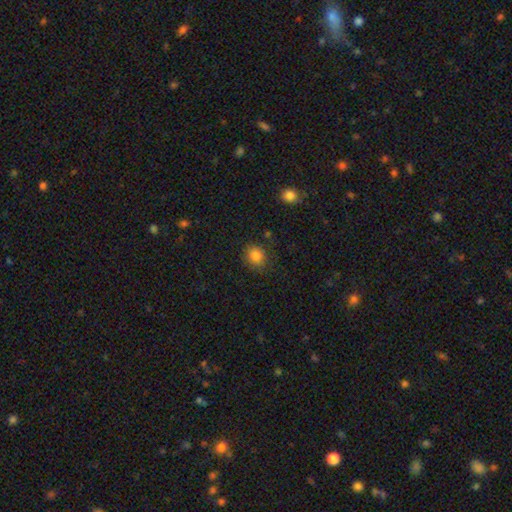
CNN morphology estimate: smooth_or_featured: smooth (p=0.84) [alt: star or artifact p=0.11]
how_rounded: round (p=0.65) [alt: in between p=0.34]
merging: none (p=0.81) [alt: minor disturbance p=0.14]